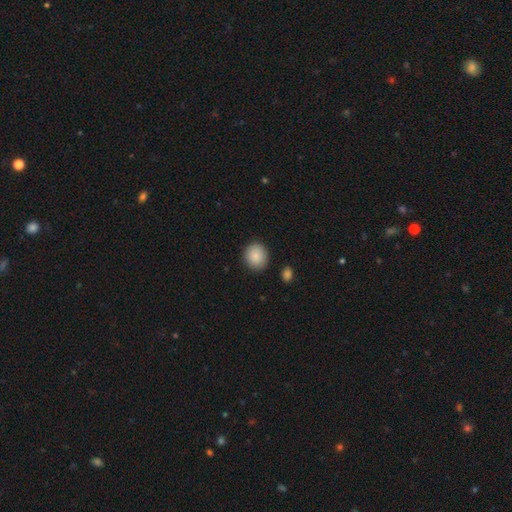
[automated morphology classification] Smooth or featured? smooth (89%)
How rounded? round (79%)
Merging? none (88%)